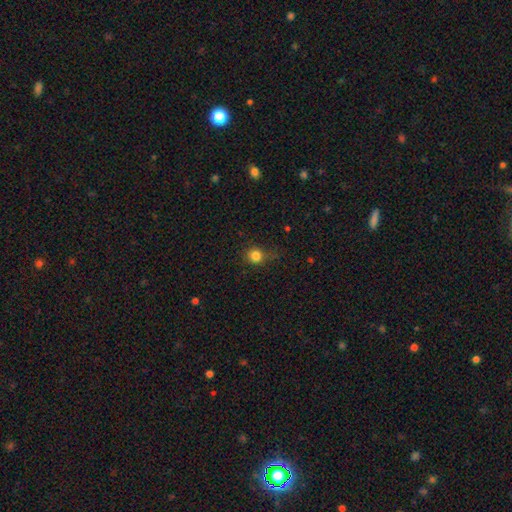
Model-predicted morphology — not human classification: Smooth or featured?
  - smooth: 82% *
  - star or artifact: 13%
  - featured or disk: 5%
How rounded?
  - round: 89% *
  - in between: 10%
  - cigar-shaped: 1%
Merging?
  - none: 75% *
  - minor disturbance: 17%
  - major disturbance: 6%
  - merger: 2%